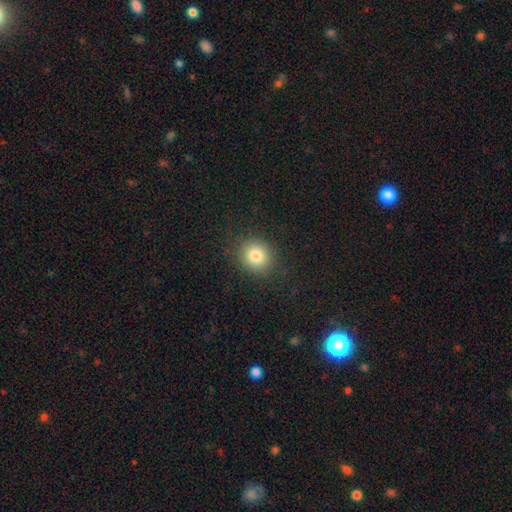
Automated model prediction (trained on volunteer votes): Morphology: type=smooth (81%); roundness=round (84%); merging=none (89%).